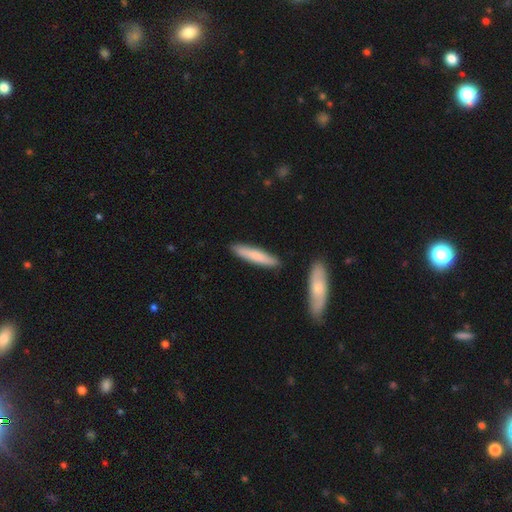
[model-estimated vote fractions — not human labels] Smooth or featured? smooth (71%)
How rounded? cigar-shaped (88%)
Merging? none (85%)